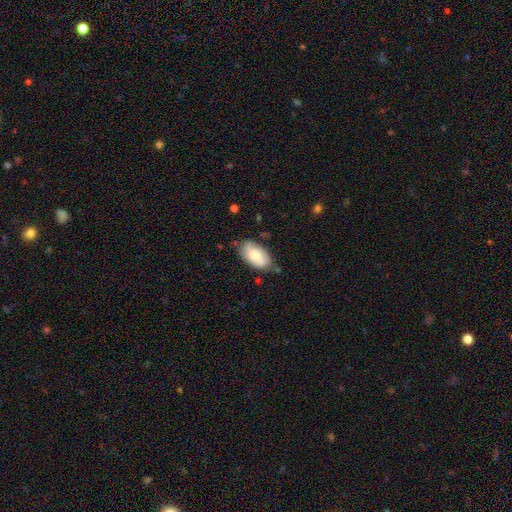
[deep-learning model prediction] A smooth galaxy with no disk features (70%) that is in between round and cigar-shaped (94%). Merging: none (65%).